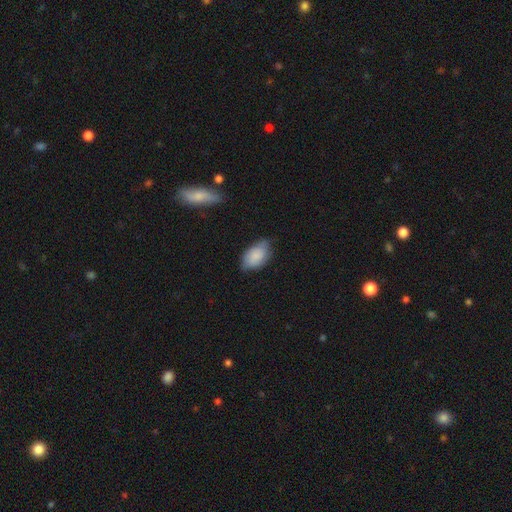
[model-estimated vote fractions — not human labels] The model was most divided on "merging": none: 63%, minor disturbance: 30%, major disturbance: 5%, merger: 2%. More confident: how rounded — in between (92%); smooth or featured — smooth (83%).